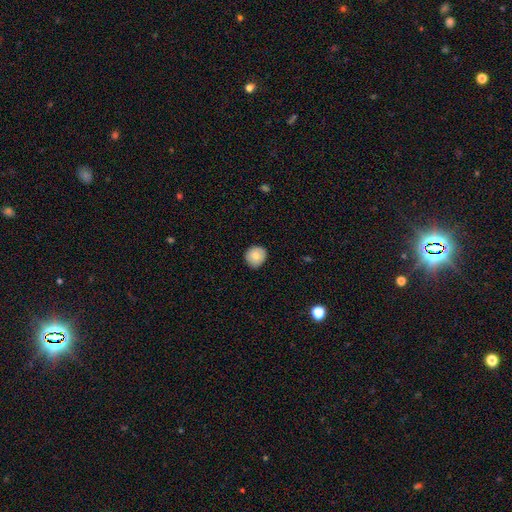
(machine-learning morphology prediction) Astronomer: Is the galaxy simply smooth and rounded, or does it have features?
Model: smooth — 83%.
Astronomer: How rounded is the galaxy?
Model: round — 89%.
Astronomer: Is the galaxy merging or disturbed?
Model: none — 88%.